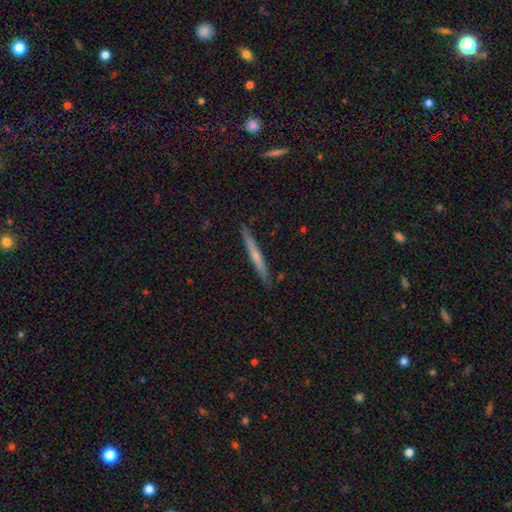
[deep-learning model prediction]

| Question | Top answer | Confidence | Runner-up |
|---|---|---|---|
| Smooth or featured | smooth | 48% | featured or disk (47%) |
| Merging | none | 89% | minor disturbance (8%) |